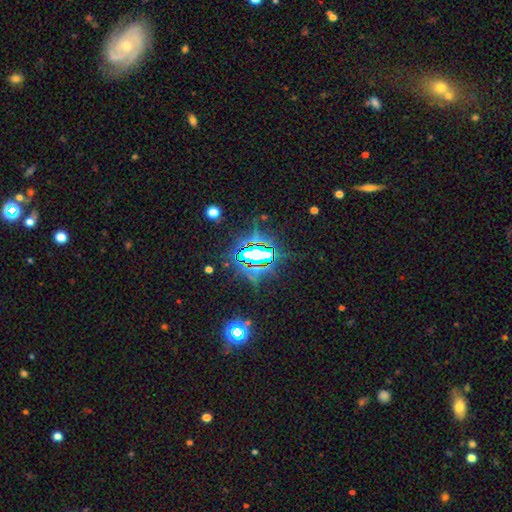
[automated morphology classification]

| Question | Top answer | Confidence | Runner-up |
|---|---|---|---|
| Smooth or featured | star or artifact | 76% | featured or disk (12%) |